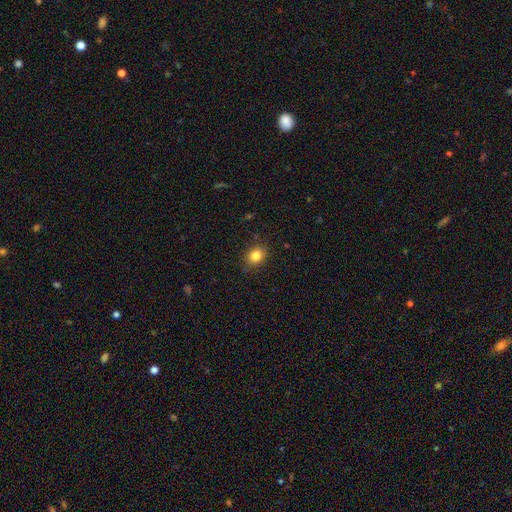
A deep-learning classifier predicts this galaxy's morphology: A smooth galaxy with no disk features (83%) that is round (56%).

Vote fractions:
- Smooth or featured? smooth: 83% / star or artifact: 11% / featured or disk: 6%
- How rounded? round: 56% / in between: 43% / cigar-shaped: 1%
- Merging? none: 85% / minor disturbance: 11% / major disturbance: 3% / merger: 1%